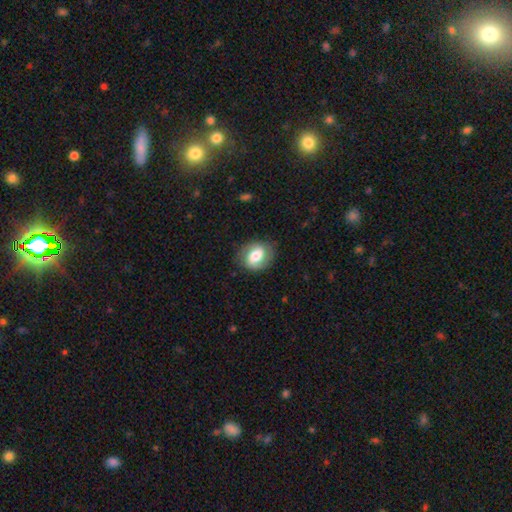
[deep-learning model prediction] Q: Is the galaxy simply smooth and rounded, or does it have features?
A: smooth — 49%.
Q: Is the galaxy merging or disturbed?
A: none — 78%.